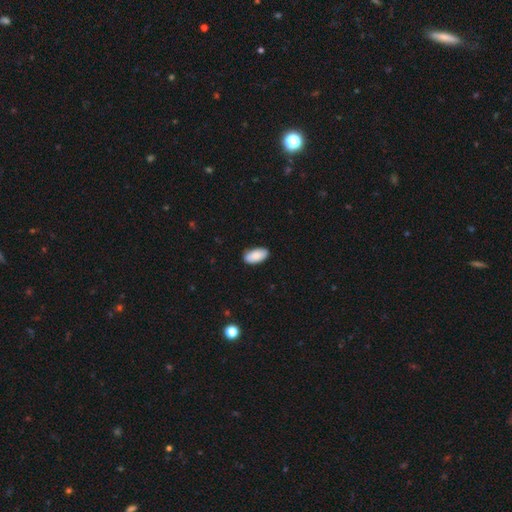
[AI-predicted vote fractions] Q: Smooth or featured?
A: smooth (88%); runner-up: star or artifact (6%)
Q: How rounded?
A: in between (94%); runner-up: cigar-shaped (4%)
Q: Merging?
A: none (85%); runner-up: minor disturbance (12%)